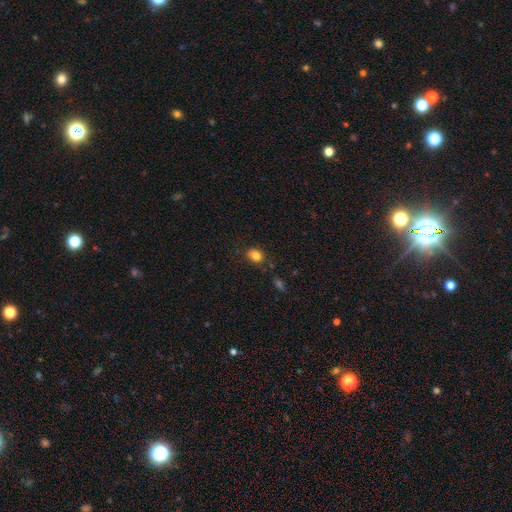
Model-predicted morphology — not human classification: smooth 82%, star or artifact 11%, featured or disk 7%. Down the decision tree: how rounded — in between (63%); merging — none (74%).